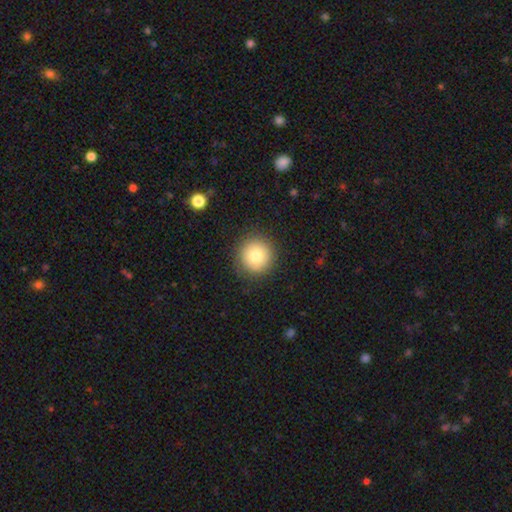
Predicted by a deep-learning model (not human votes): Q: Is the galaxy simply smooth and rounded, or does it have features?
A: smooth — 78%.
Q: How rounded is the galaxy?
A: round — 94%.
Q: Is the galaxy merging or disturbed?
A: none — 89%.